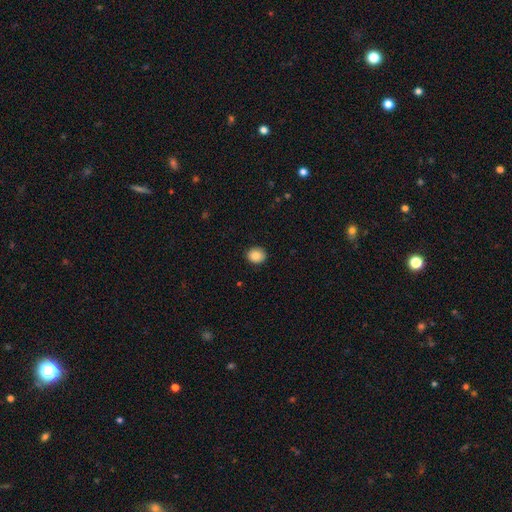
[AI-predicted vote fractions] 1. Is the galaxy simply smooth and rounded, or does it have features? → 87% smooth, 8% star or artifact, 4% featured or disk.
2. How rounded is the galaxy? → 77% round, 22% in between, 1% cigar-shaped.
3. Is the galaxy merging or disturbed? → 90% none, 7% minor disturbance, 2% major disturbance, 1% merger.